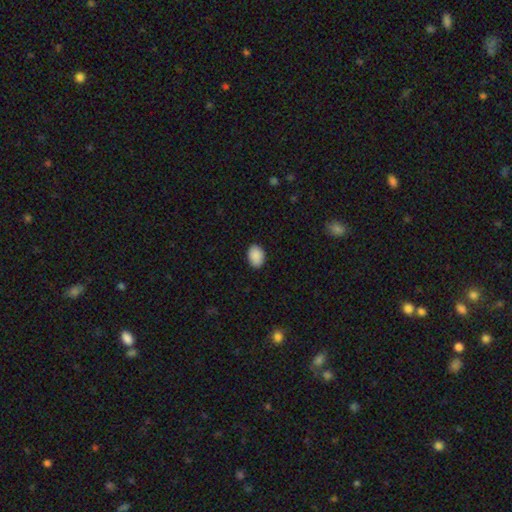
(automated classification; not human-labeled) A smooth galaxy with no disk features (90%) that is in between round and cigar-shaped (78%).

Vote fractions:
- Smooth or featured? smooth: 90% / star or artifact: 7% / featured or disk: 3%
- How rounded? in between: 78% / round: 21% / cigar-shaped: 1%
- Merging? none: 88% / minor disturbance: 9% / major disturbance: 2% / merger: 1%